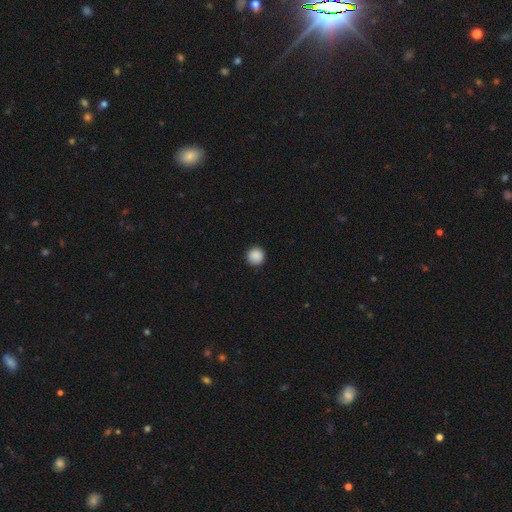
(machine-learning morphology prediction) The model was most divided on "smooth or featured": smooth: 89%, star or artifact: 9%, featured or disk: 2%. More confident: how rounded — round (95%); merging — none (91%).